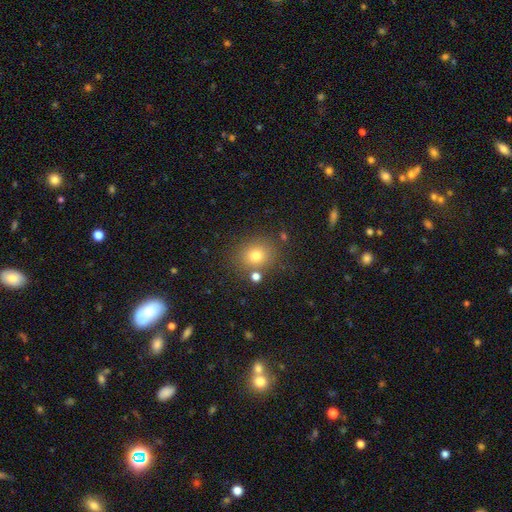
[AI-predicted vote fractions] Smooth or featured: smooth — 76% (star or artifact — 15%)
How rounded: round — 76% (in between — 23%)
Merging: none — 79% (minor disturbance — 10%)